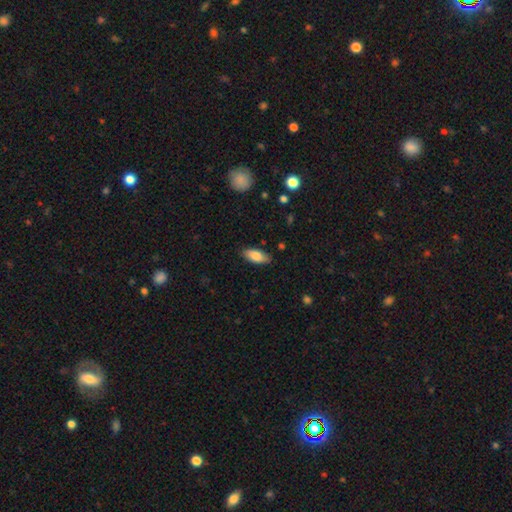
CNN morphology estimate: Smooth or featured? Predicted: smooth (p=0.83). How rounded? Predicted: in between (p=0.86). Merging? Predicted: none (p=0.85).